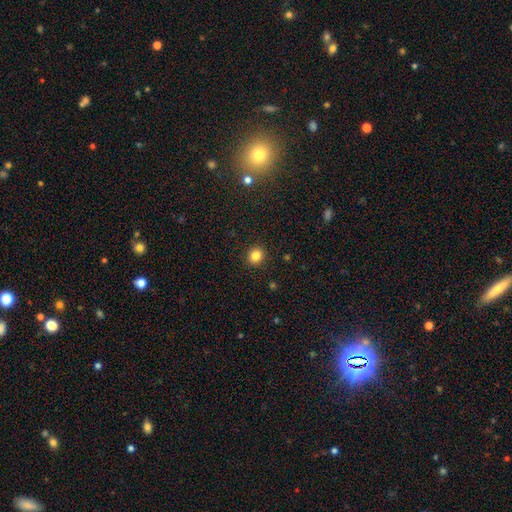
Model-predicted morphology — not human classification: A smooth galaxy with no disk features (84%) that is round (83%). Merging: none (91%).